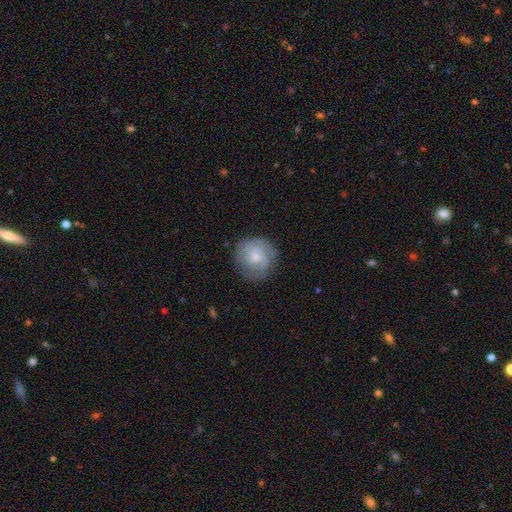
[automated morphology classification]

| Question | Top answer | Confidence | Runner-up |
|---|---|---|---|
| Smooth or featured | featured or disk | 65% | smooth (29%) |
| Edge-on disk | no | 98% | yes (2%) |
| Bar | no | 61% | weak (35%) |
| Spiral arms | yes | 90% | no (10%) |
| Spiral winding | tight | 51% | medium (37%) |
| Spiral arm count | can't tell | 32% | 2 (28%) |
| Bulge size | small | 56% | moderate (35%) |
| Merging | none | 77% | minor disturbance (16%) |